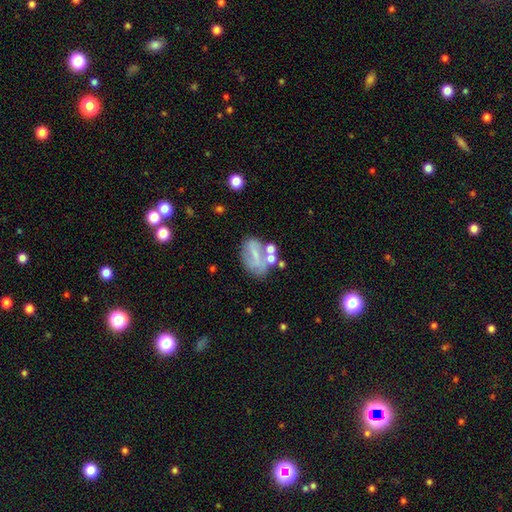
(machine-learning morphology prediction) Smooth or featured? Predicted: featured or disk (p=0.52). Edge-on disk? Predicted: no (p=0.94). Merging? Predicted: none (p=0.43).